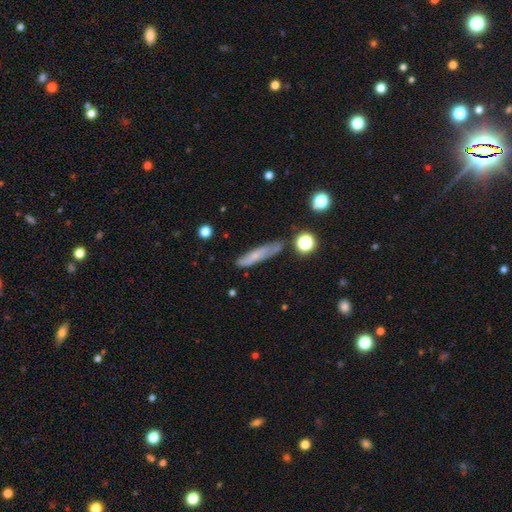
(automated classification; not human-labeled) Smooth or featured? smooth (56%)
How rounded? cigar-shaped (83%)
Merging? none (72%)